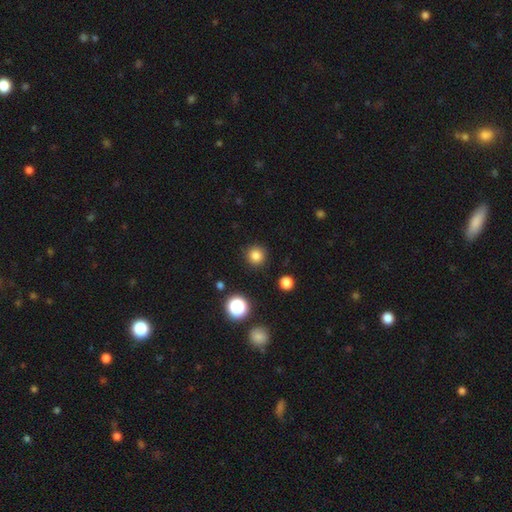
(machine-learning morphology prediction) Smooth or featured: smooth — 82% (star or artifact — 14%)
How rounded: round — 95% (in between — 4%)
Merging: none — 91% (minor disturbance — 5%)